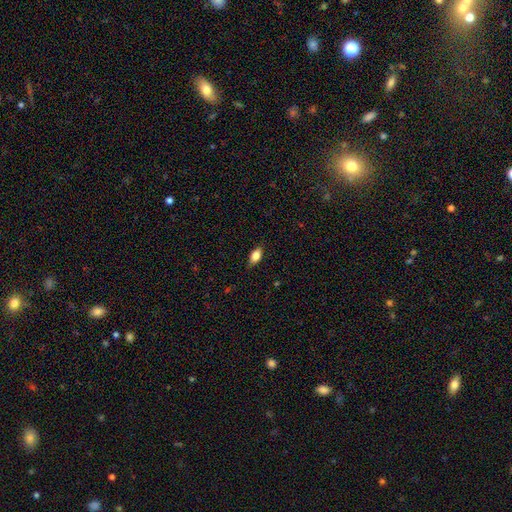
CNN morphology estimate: Smooth or featured: smooth — 80% (featured or disk — 12%)
How rounded: in between — 87% (cigar-shaped — 7%)
Merging: none — 83% (minor disturbance — 13%)